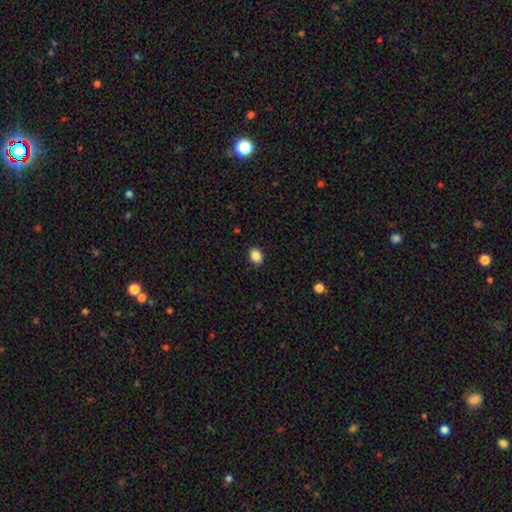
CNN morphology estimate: smooth_or_featured: smooth (p=0.87) [alt: star or artifact p=0.09]
how_rounded: in between (p=0.55) [alt: round p=0.44]
merging: none (p=0.88) [alt: minor disturbance p=0.09]